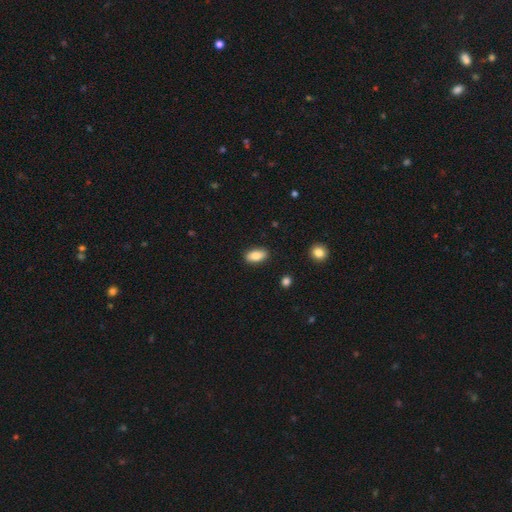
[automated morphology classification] Q: Smooth or featured?
A: smooth (84%); runner-up: featured or disk (9%)
Q: How rounded?
A: in between (89%); runner-up: cigar-shaped (7%)
Q: Merging?
A: none (88%); runner-up: minor disturbance (9%)